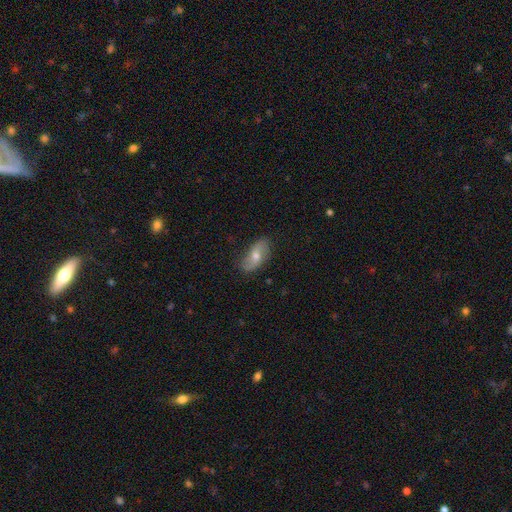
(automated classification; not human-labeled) A featured or disk galaxy (50%).

Vote fractions:
- Smooth or featured? featured or disk: 50% / smooth: 42% / star or artifact: 8%
- Edge-on disk? no: 86% / yes: 14%
- Merging? none: 78% / minor disturbance: 17% / major disturbance: 4% / merger: 1%